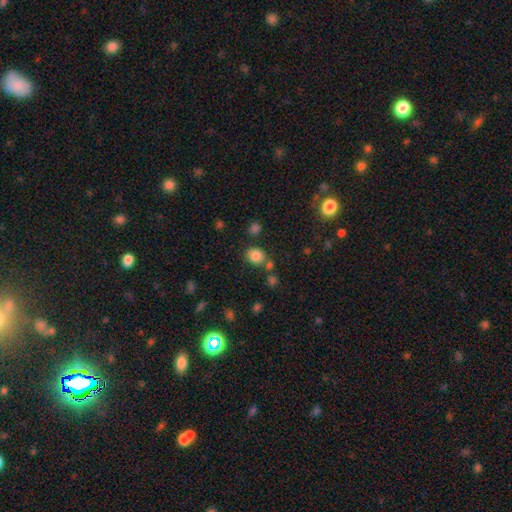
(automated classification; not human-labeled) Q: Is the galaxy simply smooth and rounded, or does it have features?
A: smooth — 83%.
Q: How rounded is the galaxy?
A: round — 73%.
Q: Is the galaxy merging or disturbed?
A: none — 73%.